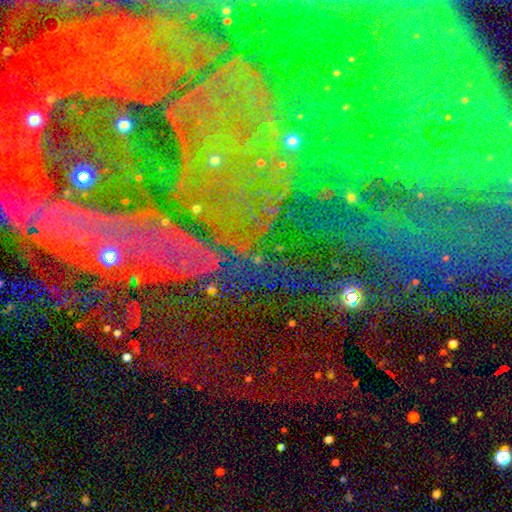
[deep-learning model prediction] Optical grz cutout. It shows a star or artifact, not a galaxy (81%).